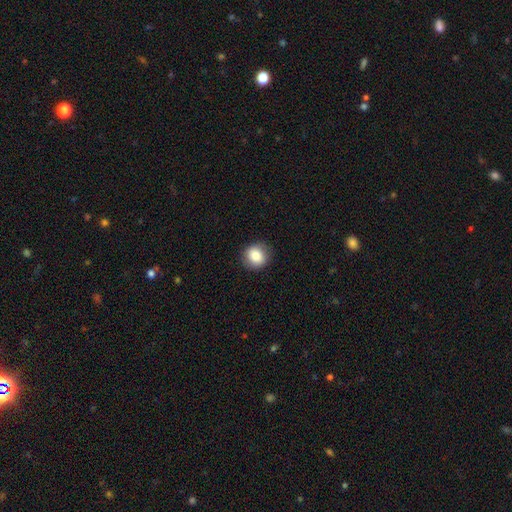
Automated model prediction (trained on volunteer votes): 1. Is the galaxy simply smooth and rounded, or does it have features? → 83% smooth, 9% star or artifact, 8% featured or disk.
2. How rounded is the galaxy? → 84% round, 15% in between, 1% cigar-shaped.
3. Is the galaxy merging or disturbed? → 88% none, 9% minor disturbance, 2% major disturbance, 1% merger.